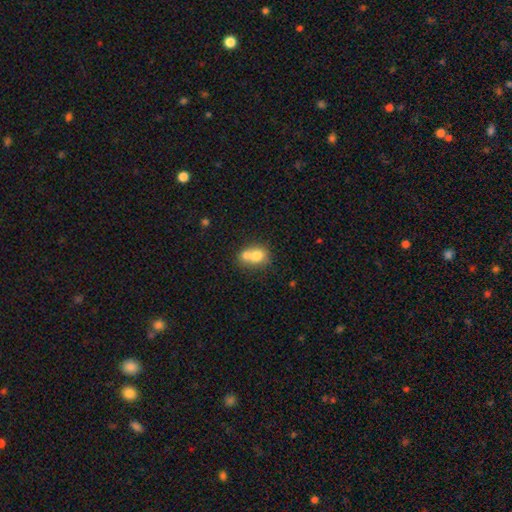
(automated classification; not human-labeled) Q: Smooth or featured?
A: smooth (72%); runner-up: featured or disk (19%)
Q: How rounded?
A: round (64%); runner-up: in between (35%)
Q: Merging?
A: merger (63%); runner-up: none (27%)